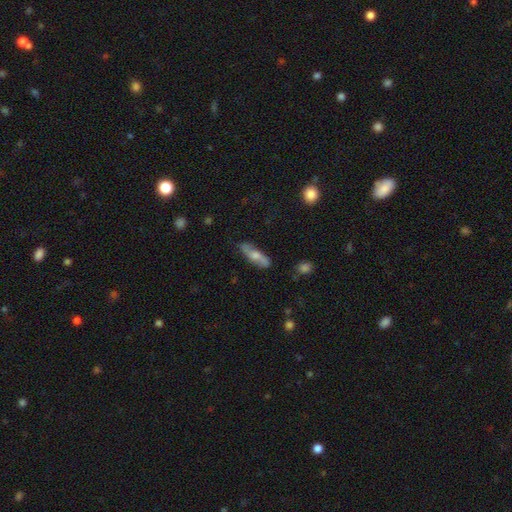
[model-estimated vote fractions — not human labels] A smooth galaxy with no disk features (48%).

Vote fractions:
- Smooth or featured? smooth: 48% / featured or disk: 46% / star or artifact: 6%
- Merging? none: 77% / minor disturbance: 17% / major disturbance: 4% / merger: 2%